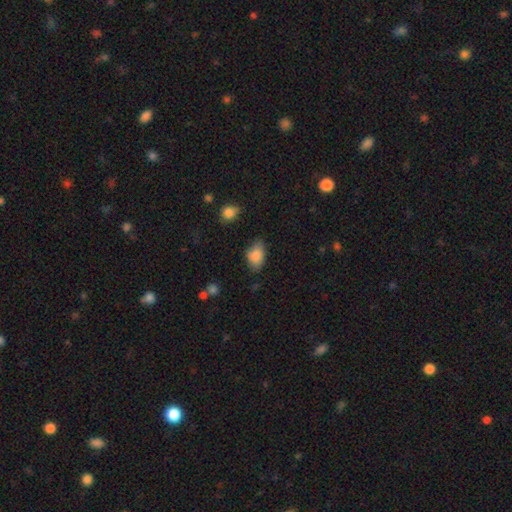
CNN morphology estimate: Q: Smooth or featured?
A: smooth (85%); runner-up: star or artifact (8%)
Q: How rounded?
A: in between (85%); runner-up: round (14%)
Q: Merging?
A: none (61%); runner-up: minor disturbance (29%)